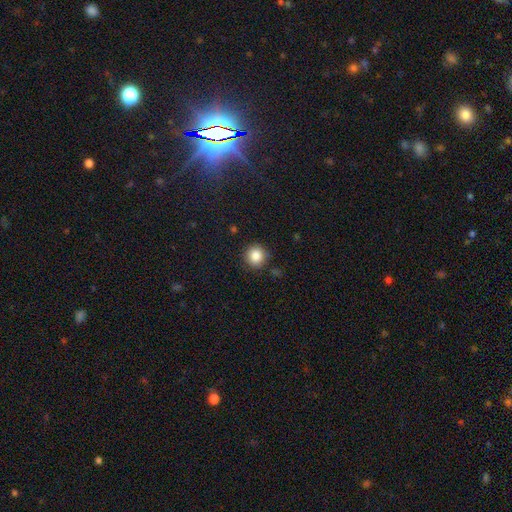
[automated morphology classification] type=smooth (86%); roundness=round (93%); merging=none (89%).